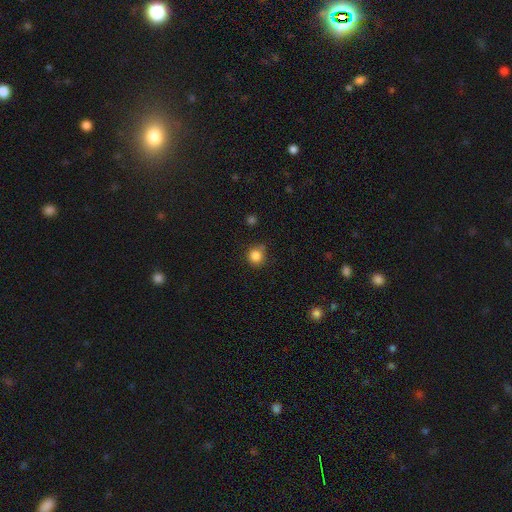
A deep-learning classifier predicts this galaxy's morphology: Smooth or featured? Predicted: smooth (p=0.84). How rounded? Predicted: round (p=0.92). Merging? Predicted: none (p=0.74).